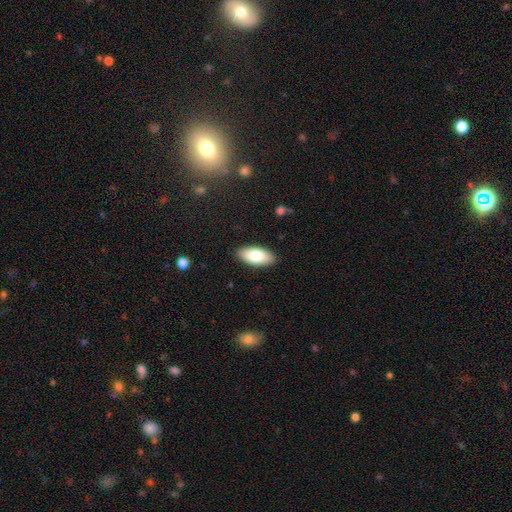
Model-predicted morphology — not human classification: The model was most divided on "smooth or featured": smooth: 84%, featured or disk: 10%, star or artifact: 6%. More confident: how rounded — in between (90%); merging — none (89%).